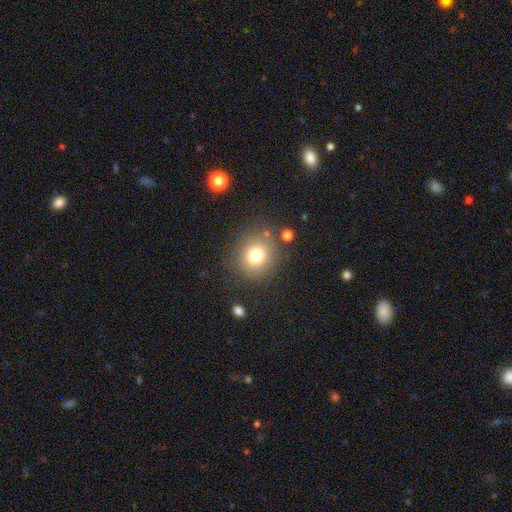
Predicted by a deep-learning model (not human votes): smooth_or_featured: smooth (p=0.76) [alt: star or artifact p=0.13]
how_rounded: round (p=0.85) [alt: in between p=0.14]
merging: none (p=0.81) [alt: minor disturbance p=0.10]